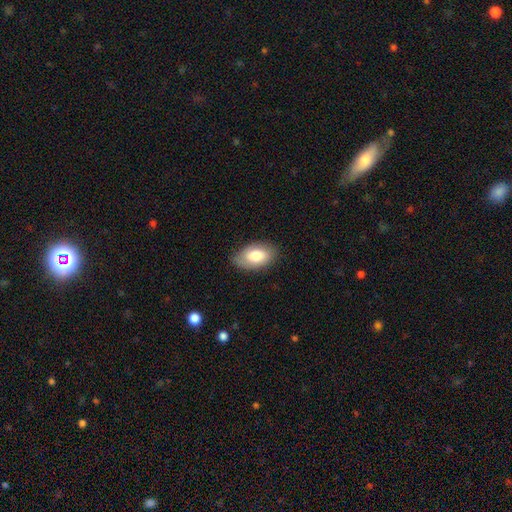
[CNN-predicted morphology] Overall: smooth (77%). How rounded: in between (93%). Merging: none (81%).